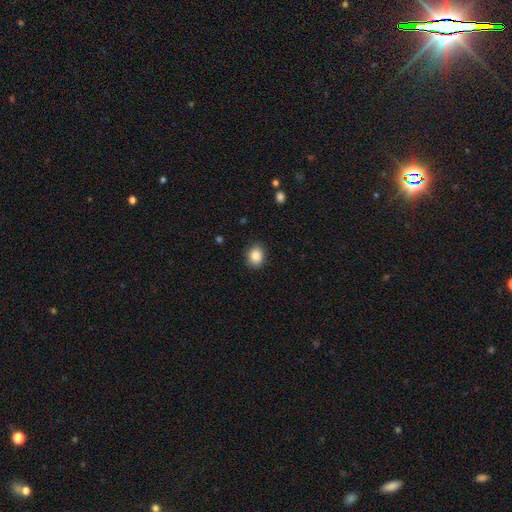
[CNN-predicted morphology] Overall: smooth (87%). How rounded: round (53%; in between 46%). Merging: none (86%).